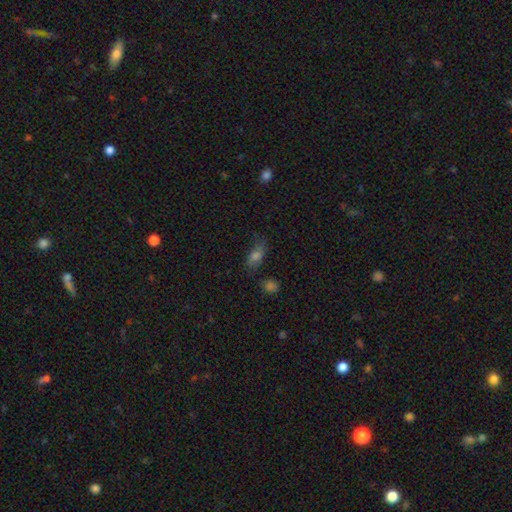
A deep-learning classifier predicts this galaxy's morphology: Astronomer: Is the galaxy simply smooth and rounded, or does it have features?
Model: smooth — 65%.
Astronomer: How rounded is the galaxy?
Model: in between — 80%.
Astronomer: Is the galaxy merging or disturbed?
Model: none — 65%.